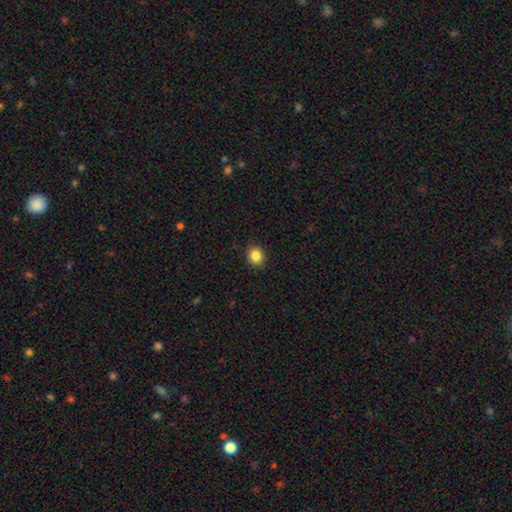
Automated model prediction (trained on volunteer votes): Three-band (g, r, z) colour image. It shows a smooth galaxy with no disk features (86%) that is round (79%). Merging: none (91%).